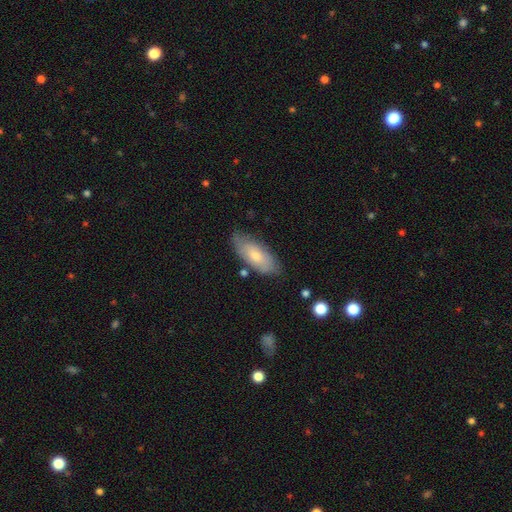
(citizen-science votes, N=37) Morphology: type=smooth (76%); roundness=in between (89%); merging=none (83%).